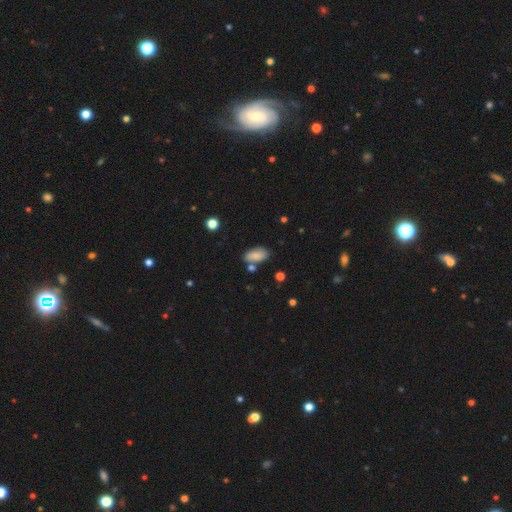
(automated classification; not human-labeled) Morphology: type=smooth (82%); roundness=in between (91%); merging=none (64%).